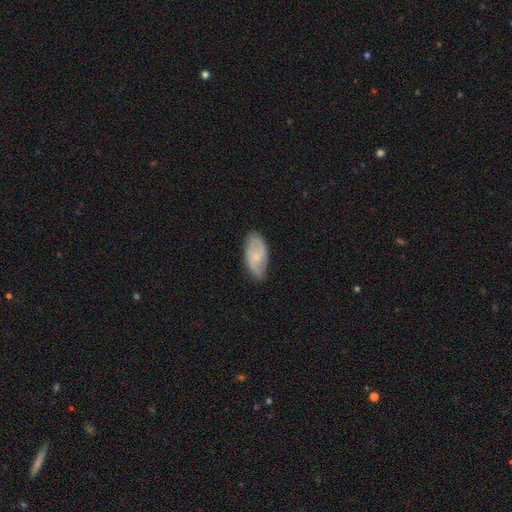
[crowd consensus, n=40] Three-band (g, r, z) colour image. It shows a featured or disk galaxy (68%) with no bar (54%), 2 (82%) loose (55%) spiral arms (85%) and a small central bulge (88%). Merging: none (80%).